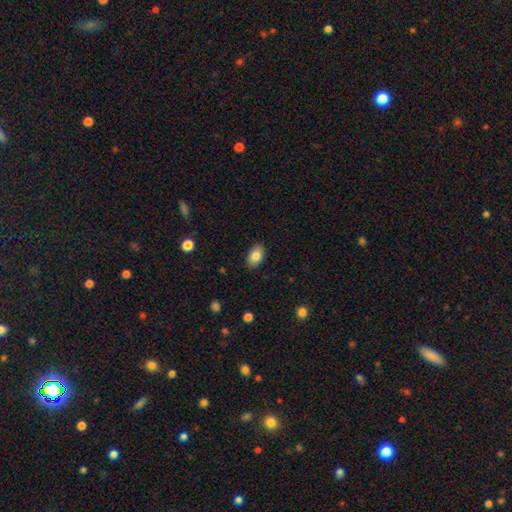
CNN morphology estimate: smooth_or_featured: smooth (p=0.83) [alt: featured or disk p=0.10]
how_rounded: in between (p=0.92) [alt: round p=0.07]
merging: none (p=0.88) [alt: minor disturbance p=0.09]